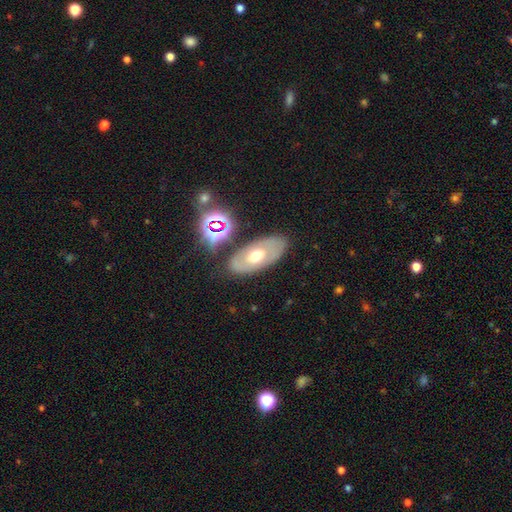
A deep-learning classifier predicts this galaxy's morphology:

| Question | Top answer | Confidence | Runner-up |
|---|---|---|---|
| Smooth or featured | featured or disk | 51% | smooth (38%) |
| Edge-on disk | no | 85% | yes (15%) |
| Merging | none | 78% | minor disturbance (13%) |